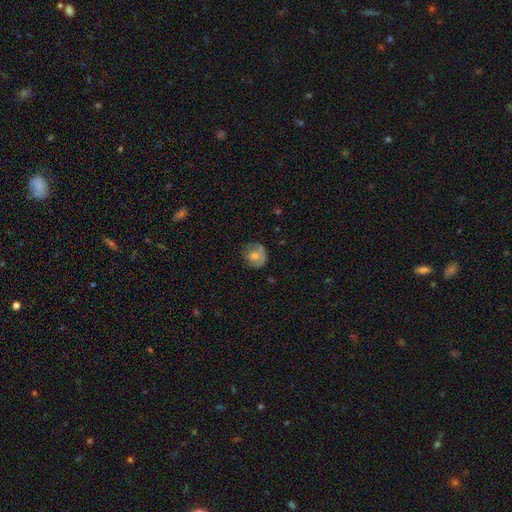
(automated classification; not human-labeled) A smooth galaxy with no disk features (57%) that is round (74%).

Vote fractions:
- Smooth or featured? smooth: 57% / featured or disk: 34% / star or artifact: 9%
- How rounded? round: 74% / in between: 25% / cigar-shaped: 1%
- Merging? none: 56% / minor disturbance: 26% / major disturbance: 15% / merger: 2%